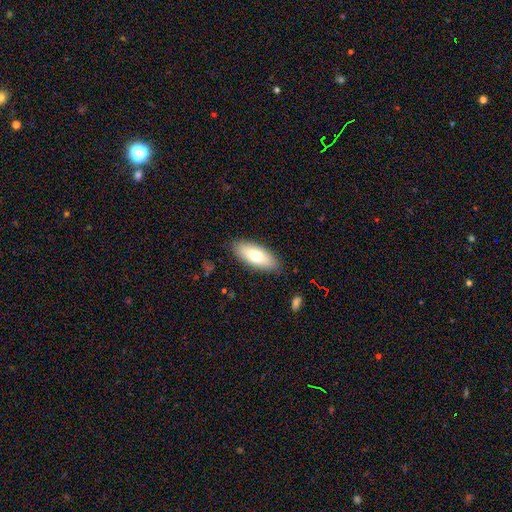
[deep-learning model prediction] The model was most divided on "smooth or featured": smooth: 71%, featured or disk: 23%, star or artifact: 6%. More confident: merging — none (87%); how rounded — in between (81%).